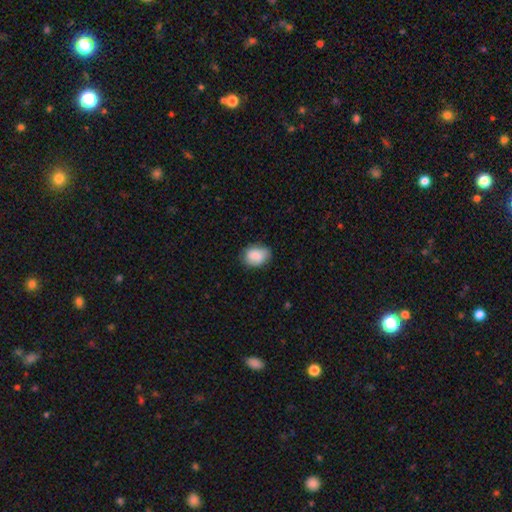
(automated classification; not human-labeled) Smooth or featured? smooth (82%)
How rounded? in between (66%)
Merging? none (73%)